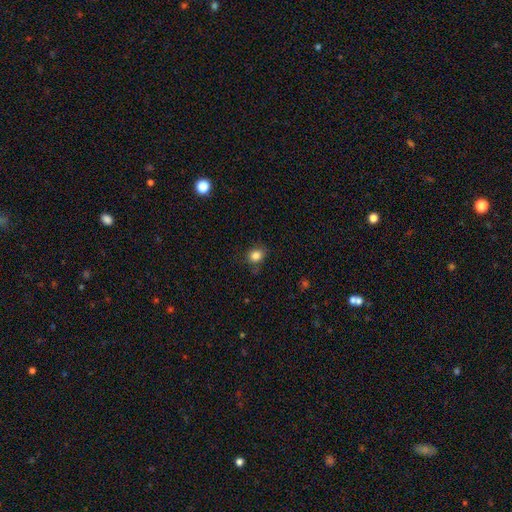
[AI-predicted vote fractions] Smooth or featured? smooth (84%)
How rounded? round (70%)
Merging? none (77%)